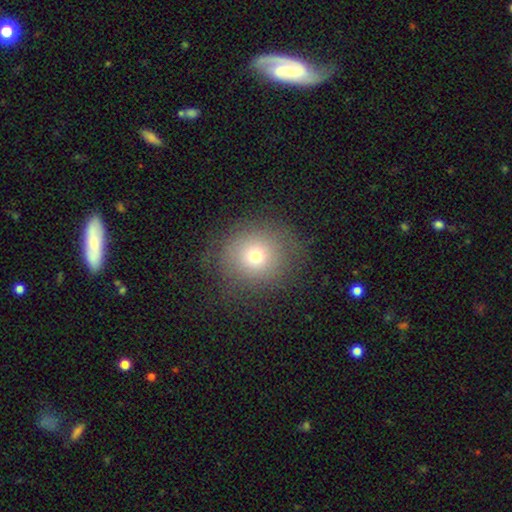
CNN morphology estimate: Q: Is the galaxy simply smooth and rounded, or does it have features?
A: smooth — 70%.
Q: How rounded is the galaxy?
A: round — 89%.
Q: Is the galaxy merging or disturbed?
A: none — 80%.